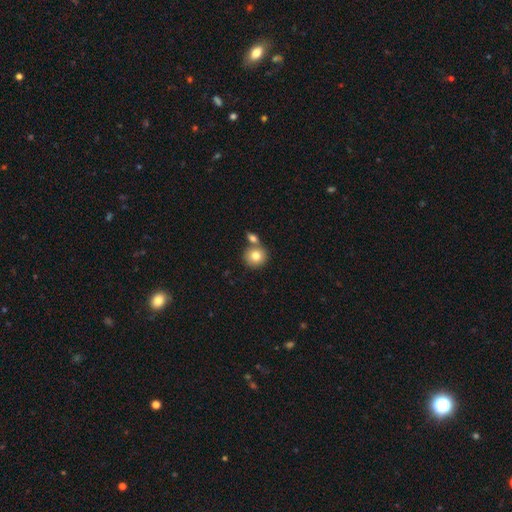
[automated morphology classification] A smooth galaxy with no disk features (79%) that is round (88%). Merging: none (59%).